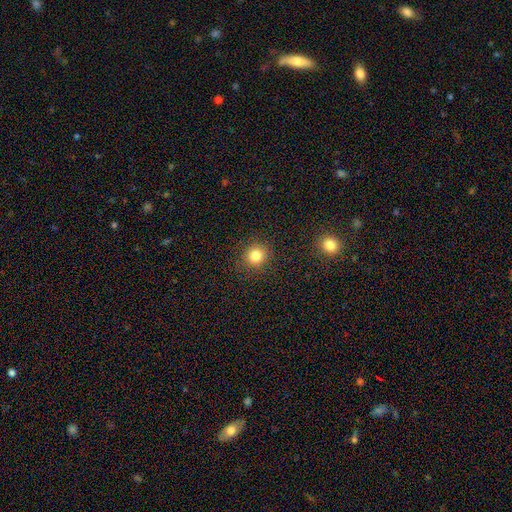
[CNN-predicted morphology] A smooth galaxy with no disk features (82%) that is round (89%).

Vote fractions:
- Smooth or featured? smooth: 82% / star or artifact: 13% / featured or disk: 6%
- How rounded? round: 89% / in between: 10% / cigar-shaped: 1%
- Merging? none: 89% / minor disturbance: 7% / major disturbance: 3% / merger: 1%